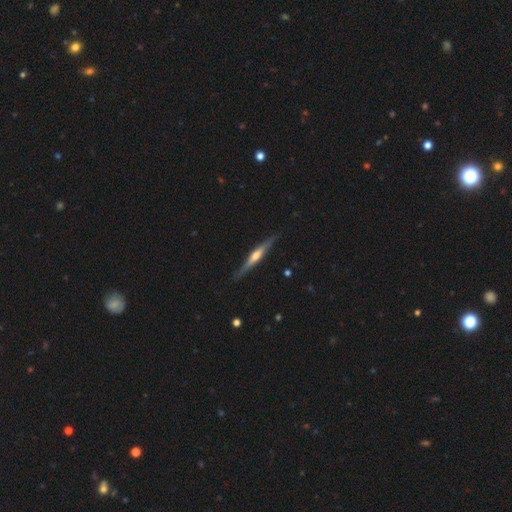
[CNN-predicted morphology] Smooth or featured?
  - featured or disk: 70% *
  - smooth: 25%
  - star or artifact: 5%
Edge-on disk?
  - yes: 97% *
  - no: 3%
Edge-on bulge?
  - rounded: 77% *
  - boxy: 11%
  - none: 11%
Merging?
  - none: 87% *
  - minor disturbance: 10%
  - major disturbance: 2%
  - merger: 1%